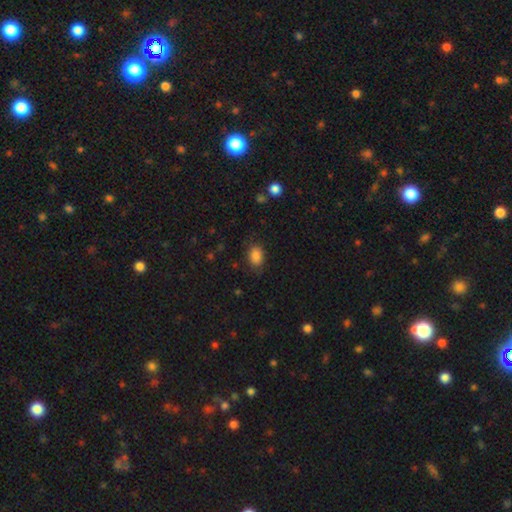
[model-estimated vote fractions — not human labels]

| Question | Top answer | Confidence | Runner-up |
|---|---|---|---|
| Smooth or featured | smooth | 87% | star or artifact (9%) |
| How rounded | in between | 79% | round (19%) |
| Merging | none | 80% | minor disturbance (15%) |